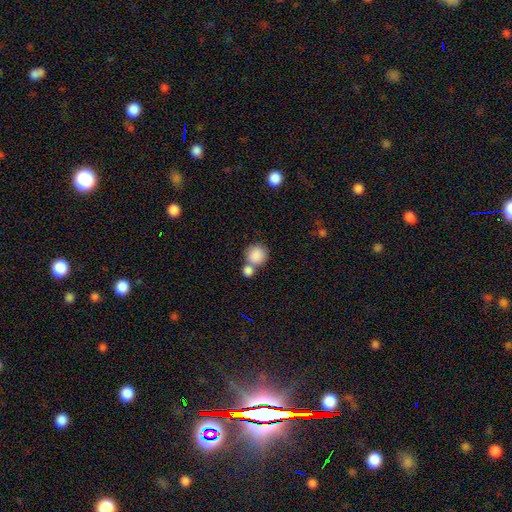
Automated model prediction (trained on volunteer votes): smooth-or-featured: smooth: 86% | star or artifact: 8% | featured or disk: 6%
  how-rounded: round: 88% | in between: 11% | cigar-shaped: 1%
  merging: none: 46% | merger: 42% | minor disturbance: 9% | major disturbance: 4%